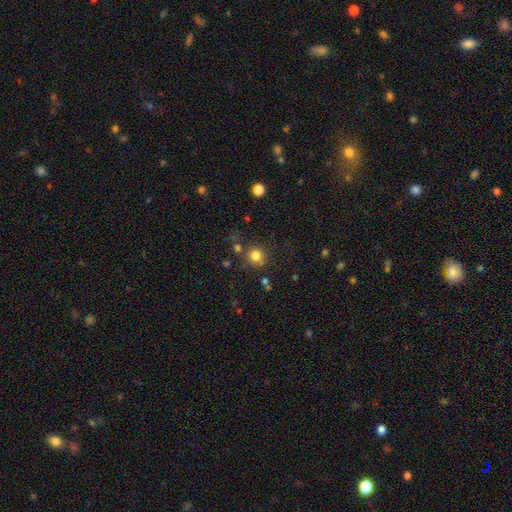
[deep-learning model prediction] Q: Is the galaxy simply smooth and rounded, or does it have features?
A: smooth — 80%.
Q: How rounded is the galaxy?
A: round — 92%.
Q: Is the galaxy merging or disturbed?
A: none — 78%.